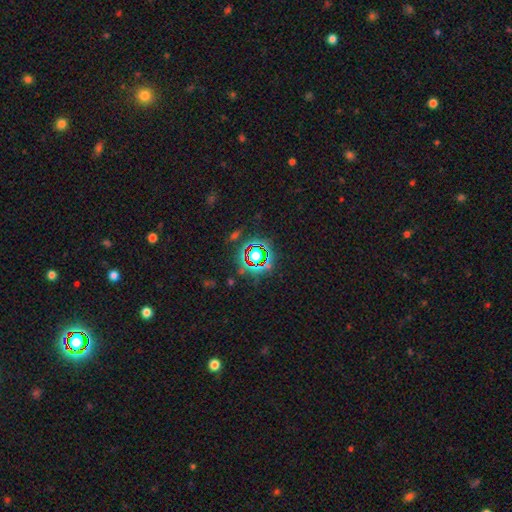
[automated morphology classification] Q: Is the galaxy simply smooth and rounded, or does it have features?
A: star or artifact — 68%.